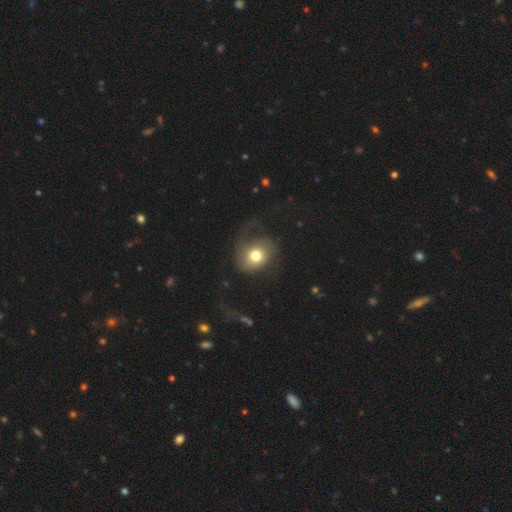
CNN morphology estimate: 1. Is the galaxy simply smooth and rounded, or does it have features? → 60% smooth, 32% featured or disk, 9% star or artifact.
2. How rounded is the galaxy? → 67% round, 32% in between, 1% cigar-shaped.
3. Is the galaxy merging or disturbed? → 40% none, 37% major disturbance, 20% minor disturbance, 2% merger.